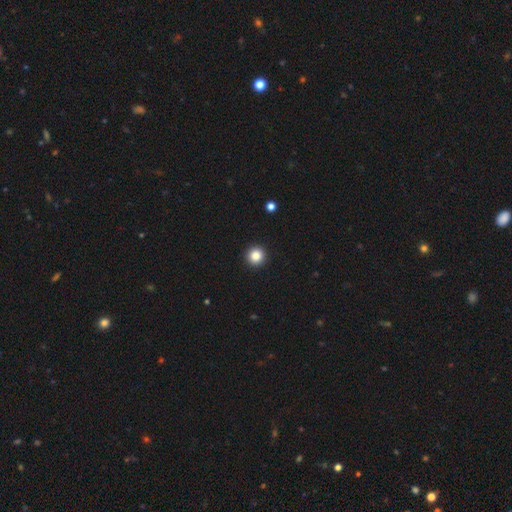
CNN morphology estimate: type=smooth (85%); roundness=round (96%); merging=none (93%).